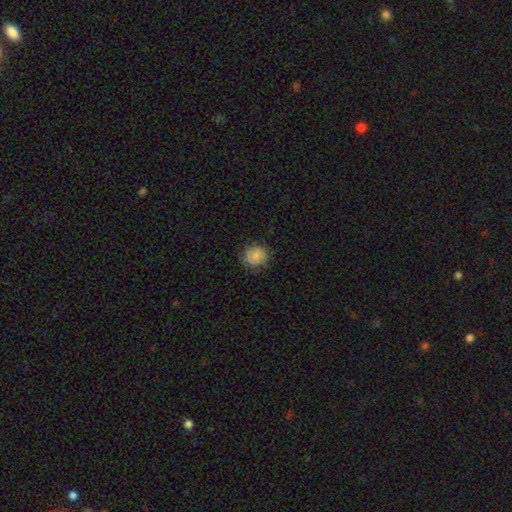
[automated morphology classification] smooth-or-featured: smooth: 85% | star or artifact: 8% | featured or disk: 7%
  how-rounded: round: 80% | in between: 19% | cigar-shaped: 1%
  merging: none: 81% | minor disturbance: 14% | major disturbance: 4% | merger: 1%